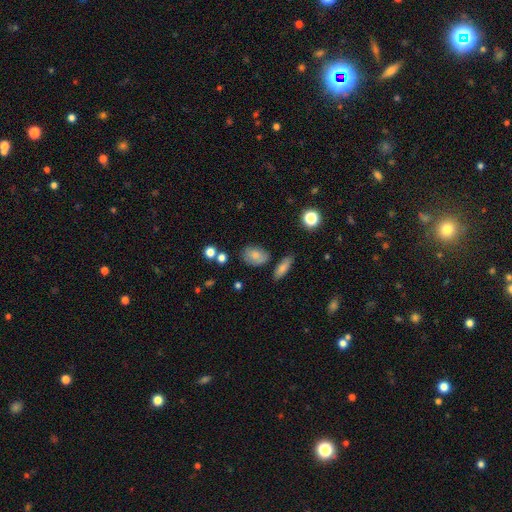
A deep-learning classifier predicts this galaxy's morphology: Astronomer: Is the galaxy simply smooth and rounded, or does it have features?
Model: smooth — 78%.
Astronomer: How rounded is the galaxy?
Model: in between — 78%.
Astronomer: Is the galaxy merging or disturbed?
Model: none — 68%.